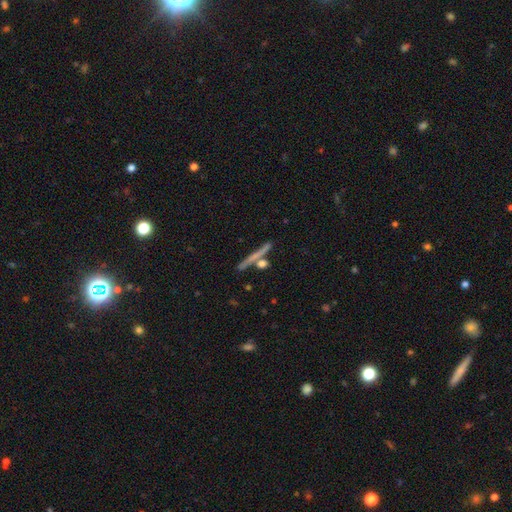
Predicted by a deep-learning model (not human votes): Morphology: type=featured or disk (54%); edge-on=yes (95%); edge-on bulge=none (61%); merging=none (78%).